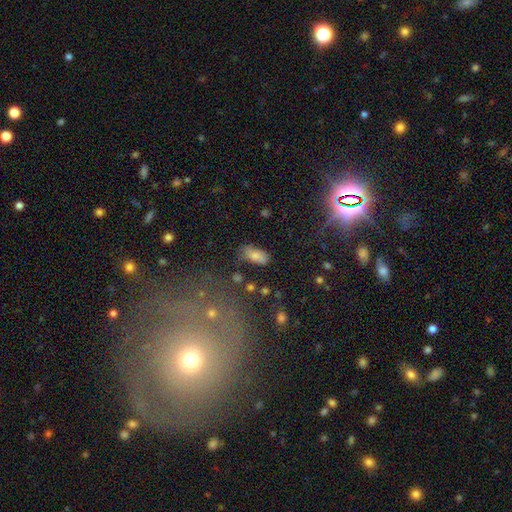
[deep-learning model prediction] A smooth galaxy with no disk features (75%) that is in between round and cigar-shaped (90%).

Vote fractions:
- Smooth or featured? smooth: 75% / featured or disk: 14% / star or artifact: 11%
- How rounded? in between: 90% / cigar-shaped: 6% / round: 4%
- Merging? none: 57% / minor disturbance: 25% / major disturbance: 11% / merger: 8%